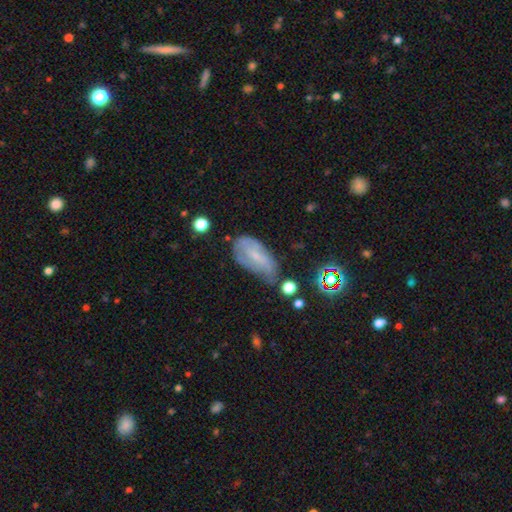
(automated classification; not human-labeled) Q: Smooth or featured?
A: featured or disk (46%); runner-up: smooth (43%)
Q: Merging?
A: minor disturbance (39%); runner-up: none (37%)